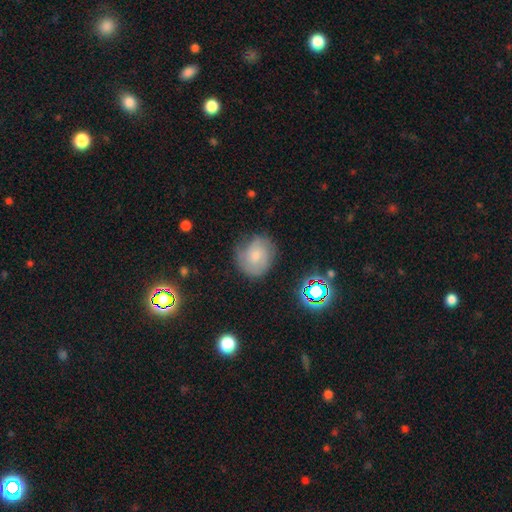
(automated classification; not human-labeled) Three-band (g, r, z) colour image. It shows a smooth galaxy with no disk features (54%) that is round (72%). Merging: none (67%).